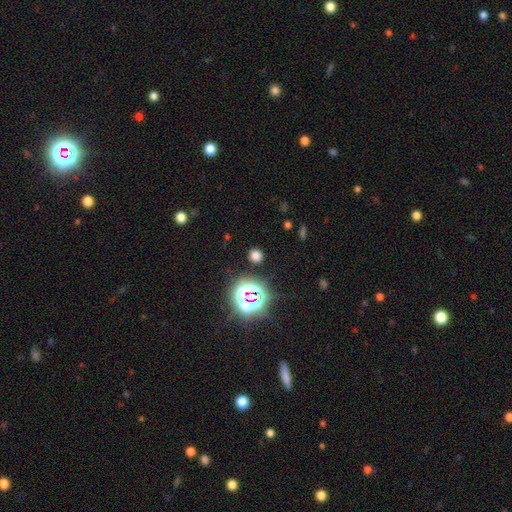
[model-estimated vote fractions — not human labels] Overall: smooth (60%; star or artifact 34%). How rounded: round (81%). Merging: none (86%).